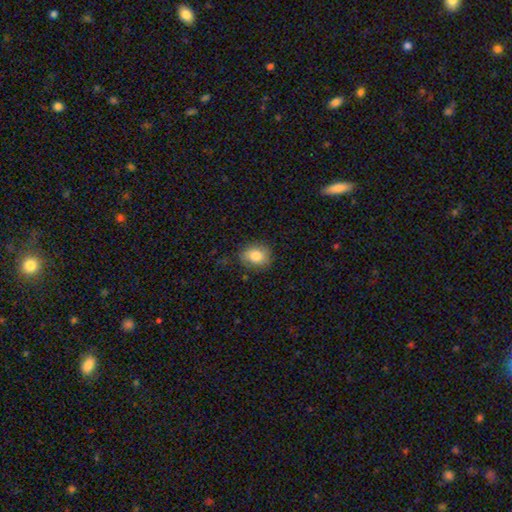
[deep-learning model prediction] smooth_or_featured: smooth (p=0.81) [alt: featured or disk p=0.10]
how_rounded: round (p=0.58) [alt: in between p=0.40]
merging: none (p=0.80) [alt: minor disturbance p=0.15]